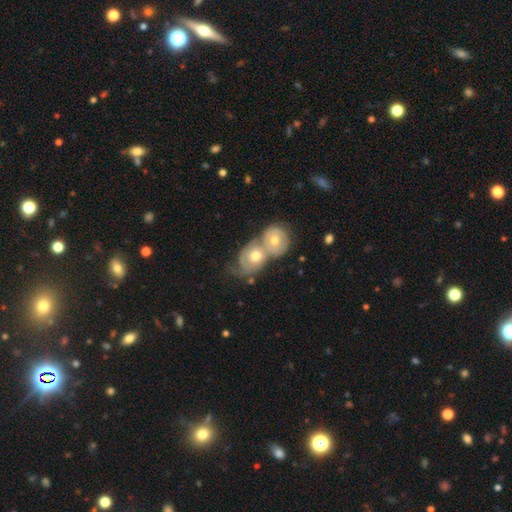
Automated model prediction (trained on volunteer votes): Smooth or featured? featured or disk (50%)
Edge-on disk? no (92%)
Merging? merger (59%)